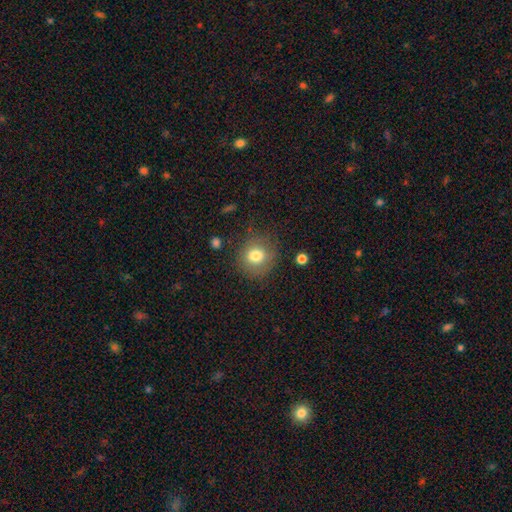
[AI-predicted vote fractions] A smooth galaxy with no disk features (79%) that is round (83%).

Vote fractions:
- Smooth or featured? smooth: 79% / star or artifact: 10% / featured or disk: 10%
- How rounded? round: 83% / in between: 16% / cigar-shaped: 1%
- Merging? none: 78% / minor disturbance: 14% / major disturbance: 6% / merger: 2%